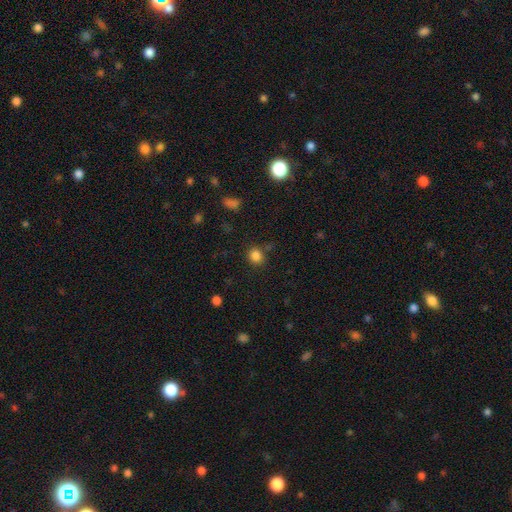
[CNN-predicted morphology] Q: Smooth or featured?
A: smooth (83%); runner-up: star or artifact (13%)
Q: How rounded?
A: round (83%); runner-up: in between (16%)
Q: Merging?
A: none (81%); runner-up: minor disturbance (10%)